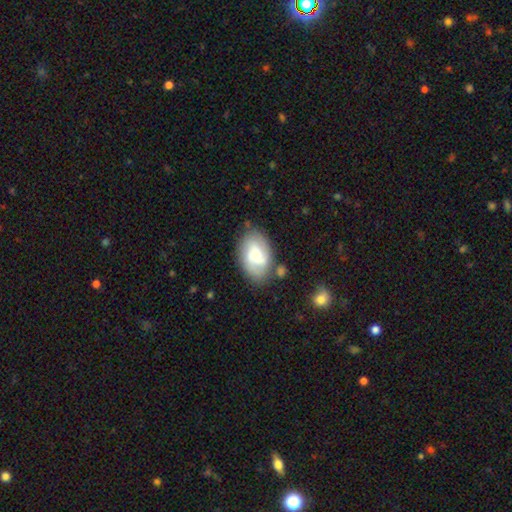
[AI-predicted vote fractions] Smooth or featured? Predicted: smooth (p=0.51). How rounded? Predicted: in between (p=0.89). Merging? Predicted: none (p=0.63).